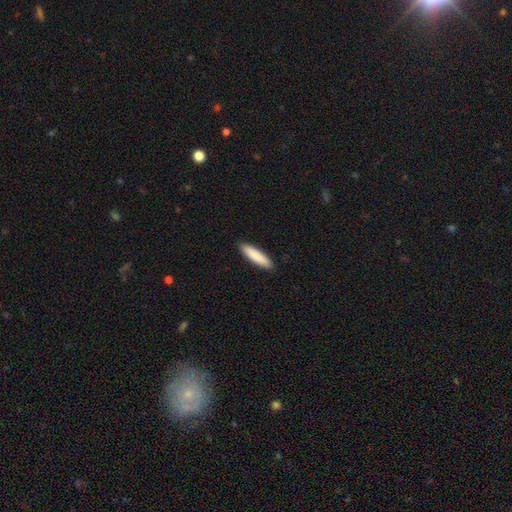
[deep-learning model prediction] Smooth or featured: smooth — 86% (featured or disk — 9%)
How rounded: cigar-shaped — 76% (in between — 22%)
Merging: none — 91% (minor disturbance — 7%)